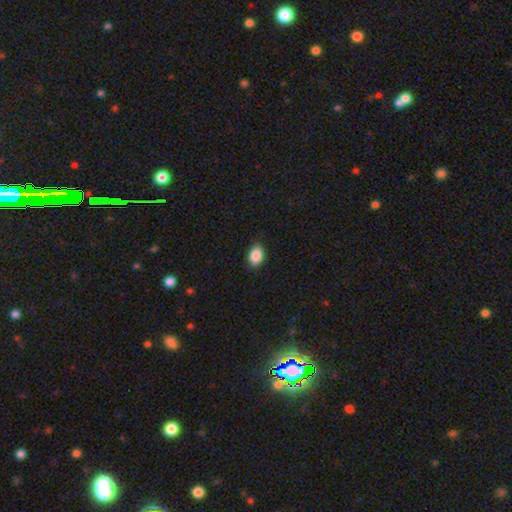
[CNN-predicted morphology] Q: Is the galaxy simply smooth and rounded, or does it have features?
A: smooth — 88%.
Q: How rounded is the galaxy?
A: in between — 84%.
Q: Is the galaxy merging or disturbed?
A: none — 86%.